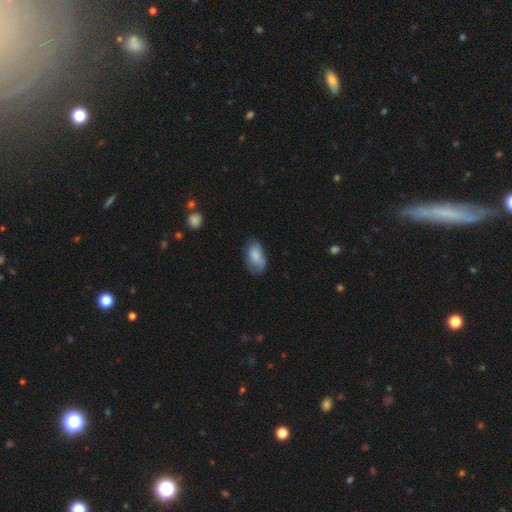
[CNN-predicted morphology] Overall: smooth (76%). How rounded: in between (92%). Merging: none (55%; minor disturbance 32%).